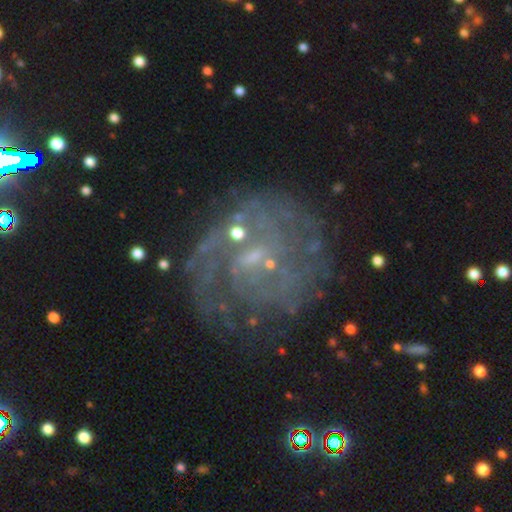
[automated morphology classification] The model was most divided on "bar": no: 52%, weak: 38%, strong: 10%. More confident: edge-on disk — no (98%); smooth or featured — featured or disk (72%); spiral arms — yes (70%); merging — none (59%); bulge size — small (57%).